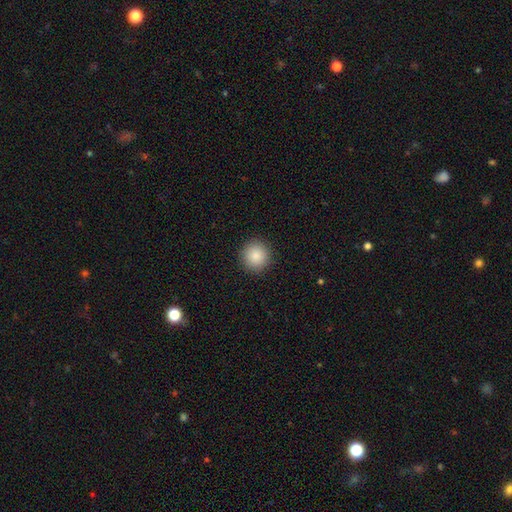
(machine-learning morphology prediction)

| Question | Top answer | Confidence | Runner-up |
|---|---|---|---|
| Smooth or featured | smooth | 87% | star or artifact (9%) |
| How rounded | round | 94% | in between (5%) |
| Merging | none | 92% | minor disturbance (5%) |